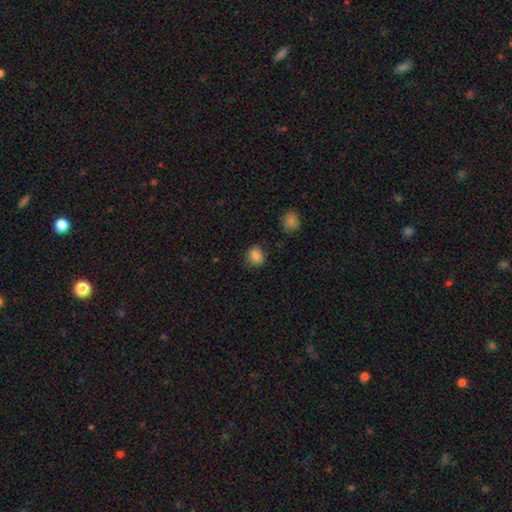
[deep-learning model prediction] The model was most divided on "how rounded": round: 82%, in between: 17%, cigar-shaped: 1%. More confident: smooth or featured — smooth (84%); merging — none (80%).